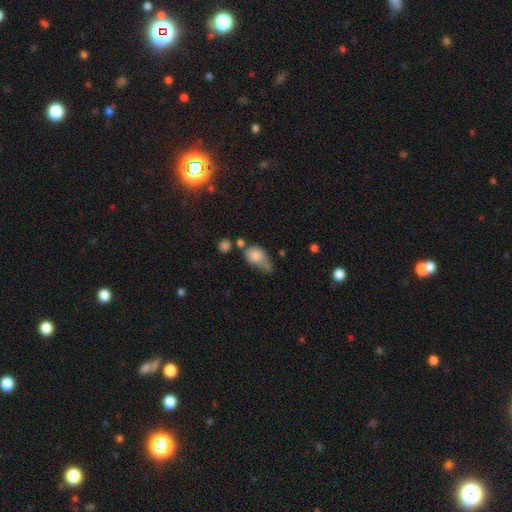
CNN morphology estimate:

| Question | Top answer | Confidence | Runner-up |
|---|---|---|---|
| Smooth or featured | smooth | 79% | featured or disk (12%) |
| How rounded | in between | 65% | round (33%) |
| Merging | minor disturbance | 31% | none (26%) |